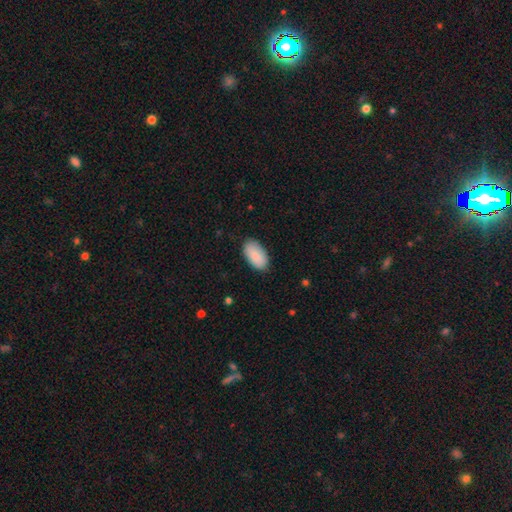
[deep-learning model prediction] Smooth or featured: smooth — 89% (star or artifact — 6%)
How rounded: in between — 96% (round — 2%)
Merging: none — 85% (minor disturbance — 12%)